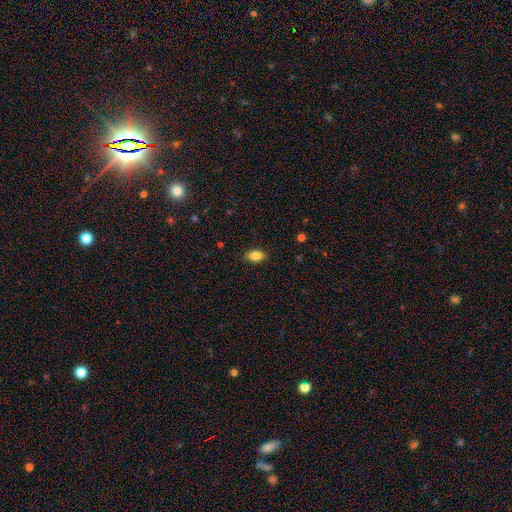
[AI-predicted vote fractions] Smooth or featured? Predicted: smooth (p=0.84). How rounded? Predicted: in between (p=0.90). Merging? Predicted: none (p=0.88).